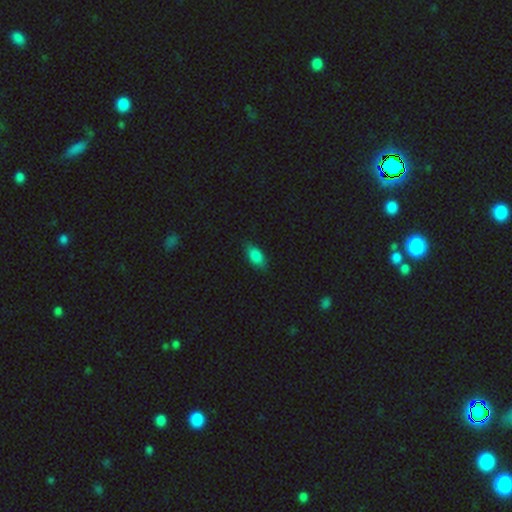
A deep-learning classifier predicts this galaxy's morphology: A smooth galaxy with no disk features (84%) that is in between round and cigar-shaped (90%). Merging: none (80%).